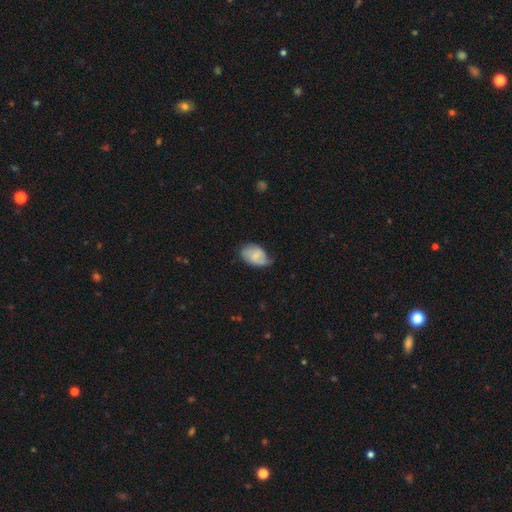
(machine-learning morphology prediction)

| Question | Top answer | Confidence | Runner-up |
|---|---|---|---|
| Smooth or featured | smooth | 62% | featured or disk (31%) |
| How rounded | in between | 85% | round (14%) |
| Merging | none | 46% | minor disturbance (40%) |